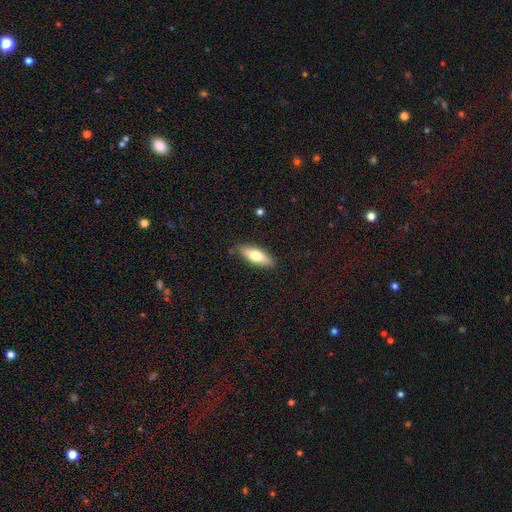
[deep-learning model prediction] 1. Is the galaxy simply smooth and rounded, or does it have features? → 66% smooth, 28% featured or disk, 6% star or artifact.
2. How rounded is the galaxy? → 57% in between, 41% cigar-shaped, 2% round.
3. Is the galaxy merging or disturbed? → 86% none, 11% minor disturbance, 2% major disturbance, 1% merger.